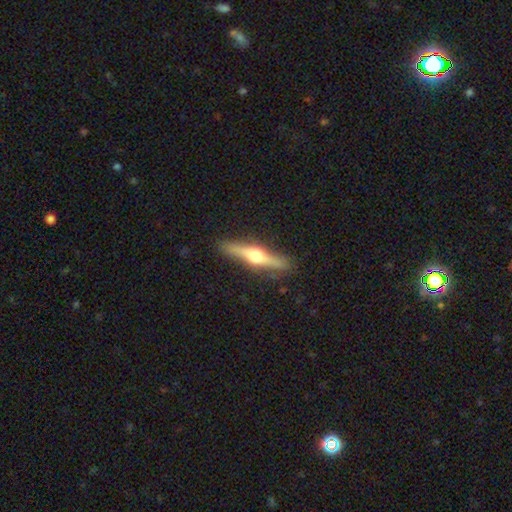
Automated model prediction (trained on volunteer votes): smooth_or_featured: featured or disk (p=0.68) [alt: smooth p=0.27]
disk_edge_on: yes (p=0.96) [alt: no p=0.04]
edge_on_bulge: rounded (p=0.95) [alt: boxy p=0.03]
merging: none (p=0.87) [alt: minor disturbance p=0.09]